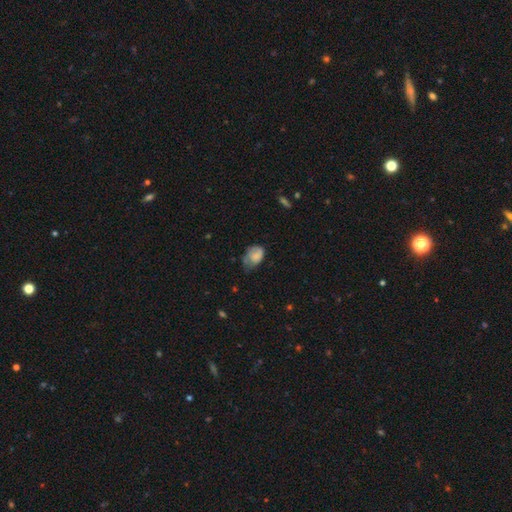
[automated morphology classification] A smooth galaxy with no disk features (73%) that is in between round and cigar-shaped (77%). Merging: minor disturbance (43%).